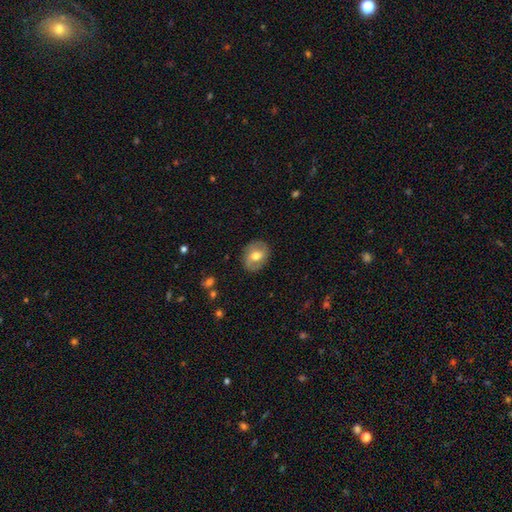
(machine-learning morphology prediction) A smooth galaxy with no disk features (52%) that is in between round and cigar-shaped (50%). Merging: none (82%).